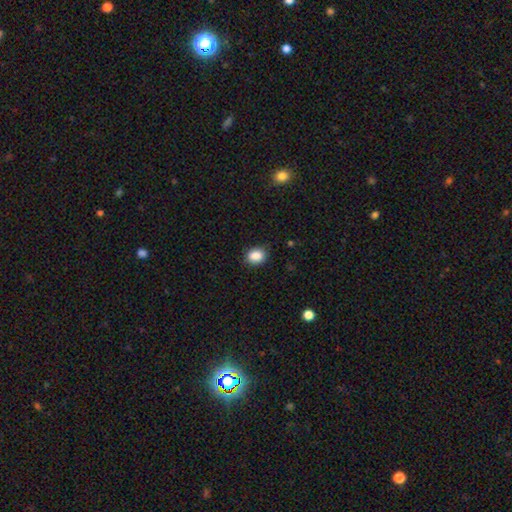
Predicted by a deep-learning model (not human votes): Smooth or featured? smooth (88%)
How rounded? in between (52%)
Merging? none (85%)